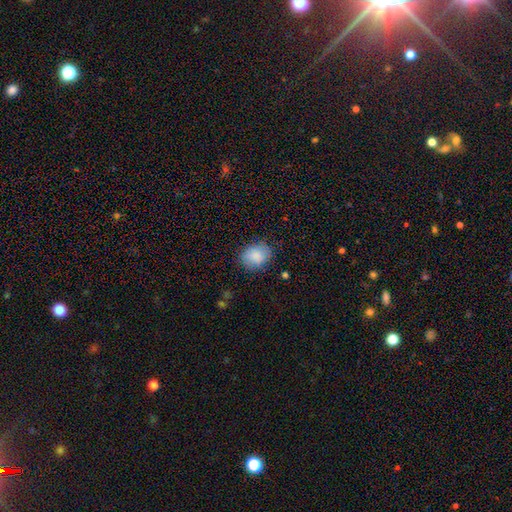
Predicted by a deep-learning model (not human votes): smooth_or_featured: smooth (p=0.86) [alt: star or artifact p=0.08]
how_rounded: in between (p=0.53) [alt: round p=0.46]
merging: none (p=0.80) [alt: minor disturbance p=0.15]